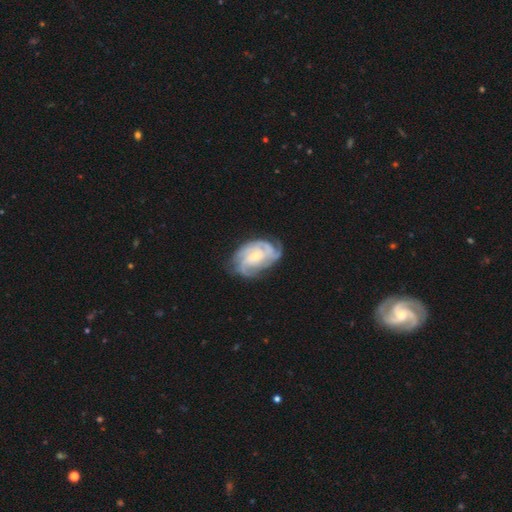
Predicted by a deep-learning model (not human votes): Morphology: type=featured or disk (86%); edge-on=no (97%); bar=no (67%); spiral arms=yes (97%); winding=tight (63%); arm count=4 (29%); bulge=small (58%); merging=none (69%).